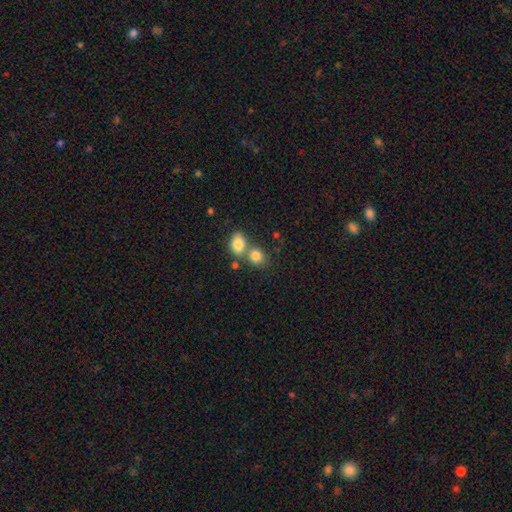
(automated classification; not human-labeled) smooth 82%, star or artifact 10%, featured or disk 8%. Down the decision tree: how rounded — round (54%); merging — merger (48%).